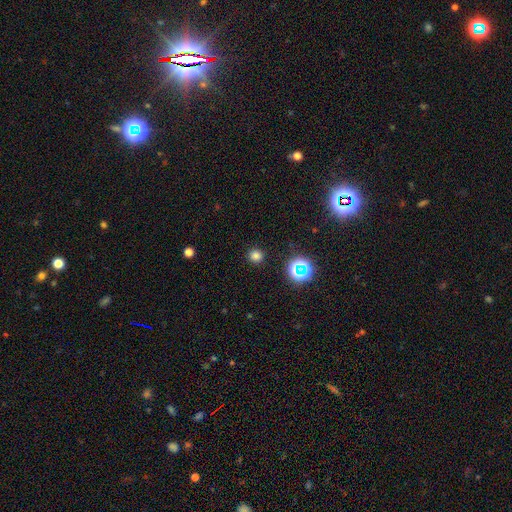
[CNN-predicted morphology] Smooth or featured: smooth — 76% (star or artifact — 20%)
How rounded: round — 92% (in between — 7%)
Merging: none — 91% (minor disturbance — 6%)